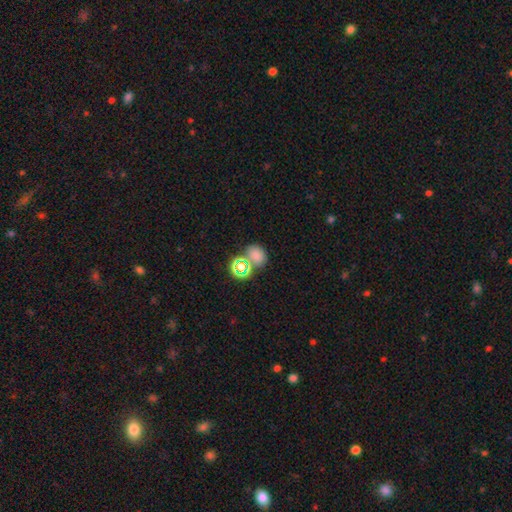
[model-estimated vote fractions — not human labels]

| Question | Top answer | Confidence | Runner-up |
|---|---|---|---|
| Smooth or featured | smooth | 67% | star or artifact (25%) |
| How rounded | round | 54% | in between (45%) |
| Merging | none | 59% | merger (24%) |